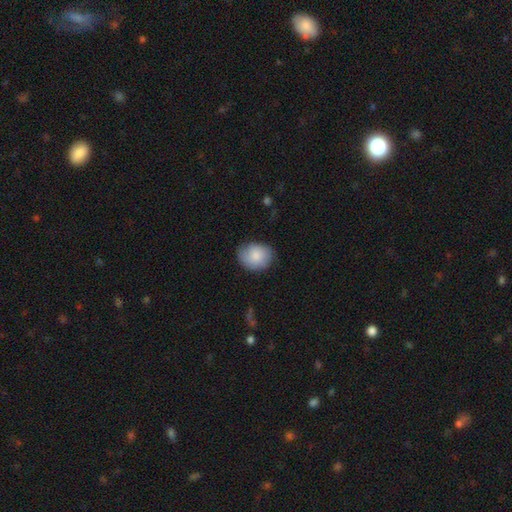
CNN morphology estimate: Overall: smooth (81%). How rounded: round (55%; in between 44%). Merging: none (71%).